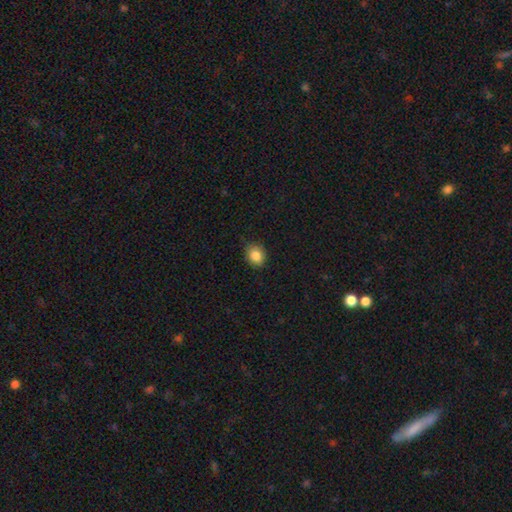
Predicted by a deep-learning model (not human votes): A smooth galaxy with no disk features (85%) that is round (59%). Merging: none (86%).